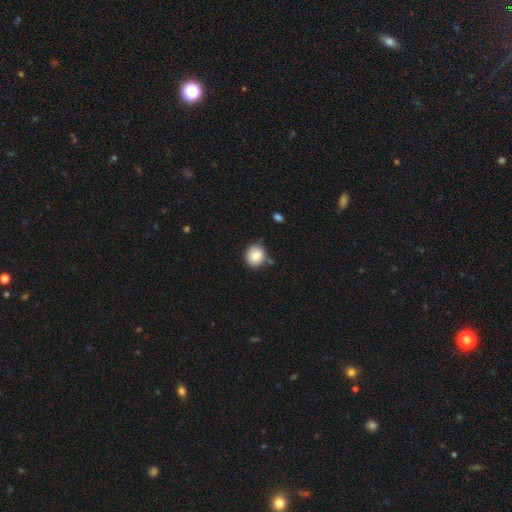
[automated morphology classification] This is clearly a smooth galaxy (83%). How rounded: likely round (79%). Merging: likely none (75%).